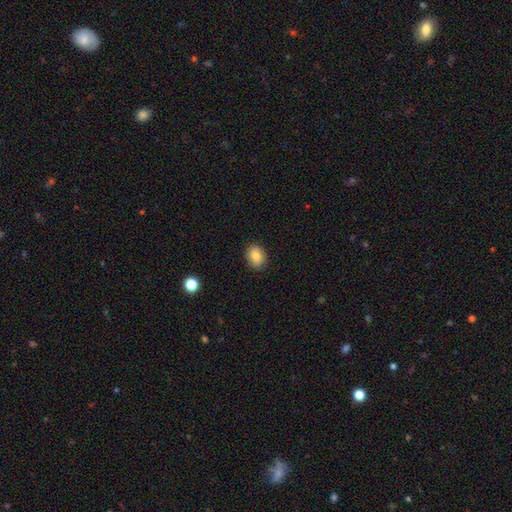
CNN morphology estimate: The model was most divided on "how rounded": in between: 56%, round: 42%, cigar-shaped: 1%. More confident: merging — none (87%); smooth or featured — smooth (83%).